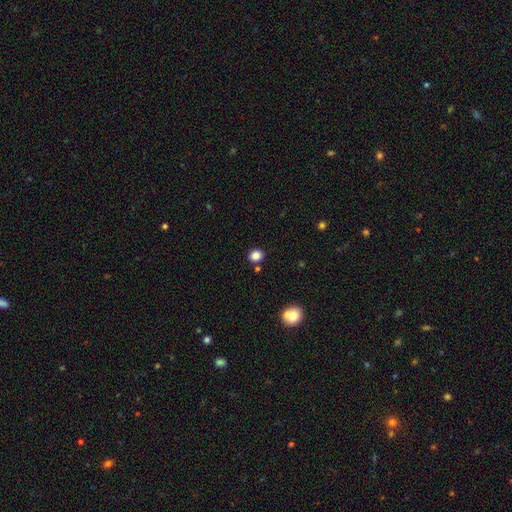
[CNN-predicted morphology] smooth 84%, star or artifact 12%, featured or disk 5%. Down the decision tree: how rounded — round (72%); merging — none (84%).